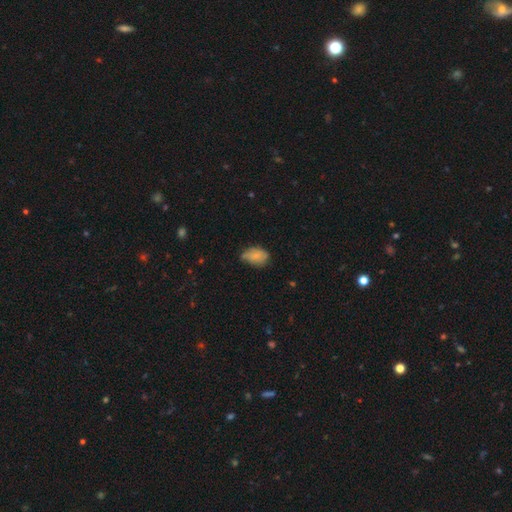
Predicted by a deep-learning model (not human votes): Q: Smooth or featured?
A: smooth (75%); runner-up: featured or disk (17%)
Q: How rounded?
A: in between (87%); runner-up: round (11%)
Q: Merging?
A: none (46%); runner-up: minor disturbance (41%)